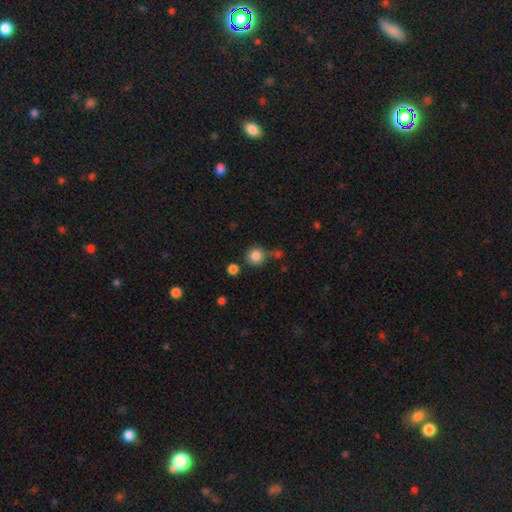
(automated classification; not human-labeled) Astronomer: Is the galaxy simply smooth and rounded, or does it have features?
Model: smooth — 84%.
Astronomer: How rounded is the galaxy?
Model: round — 91%.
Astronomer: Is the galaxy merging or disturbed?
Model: none — 70%.